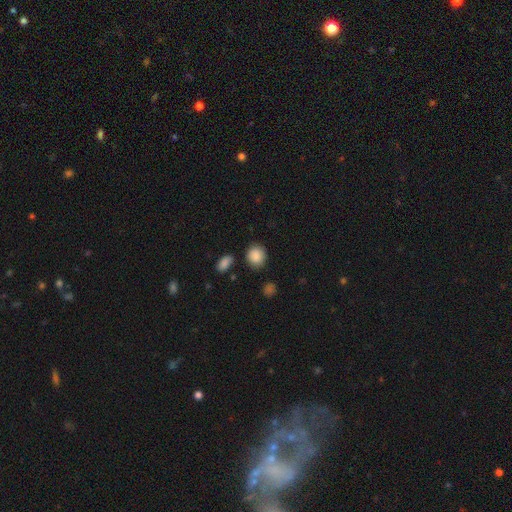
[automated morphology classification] smooth-or-featured: smooth: 88% | star or artifact: 8% | featured or disk: 4%
  how-rounded: round: 76% | in between: 23% | cigar-shaped: 1%
  merging: none: 79% | minor disturbance: 14% | merger: 4% | major disturbance: 3%